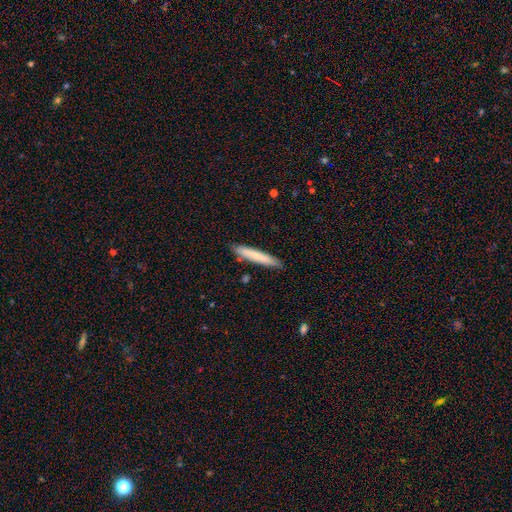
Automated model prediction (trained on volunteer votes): smooth 73%, featured or disk 21%, star or artifact 6%. Down the decision tree: how rounded — cigar-shaped (95%); merging — none (88%).